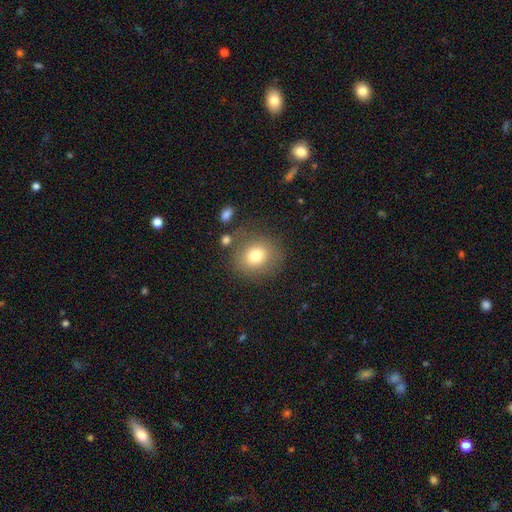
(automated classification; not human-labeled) Smooth or featured: smooth — 77% (featured or disk — 12%)
How rounded: round — 77% (in between — 22%)
Merging: none — 79% (minor disturbance — 12%)